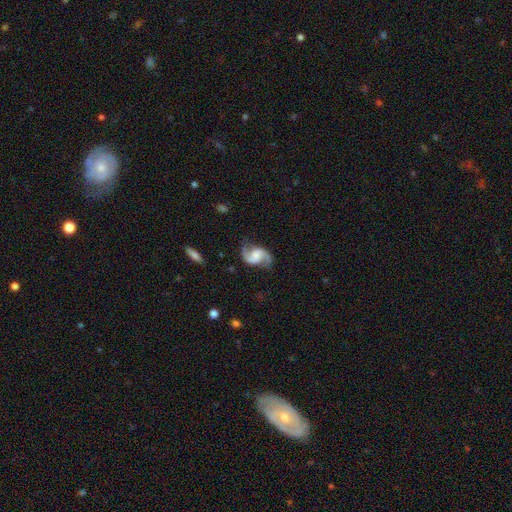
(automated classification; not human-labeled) featured or disk 88%, smooth 7%, star or artifact 5%. Down the decision tree: edge-on disk — no (98%); bar — no (44%); spiral arms — yes (97%); spiral arm count — 2 (94%); spiral winding — loose (54%); bulge size — moderate (31%); merging — none (78%).